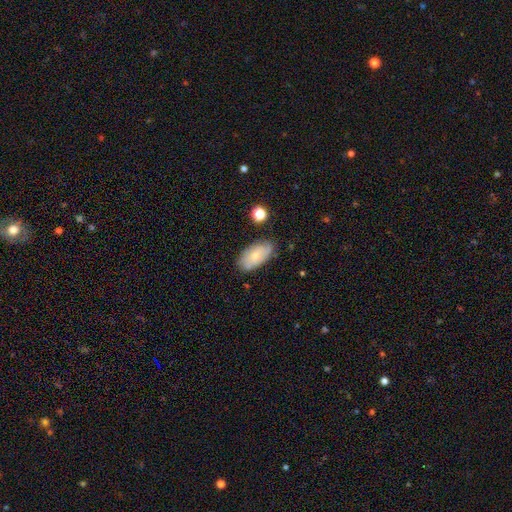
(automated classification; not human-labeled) This is likely a smooth galaxy (62%). How rounded: clearly in between (93%). Merging: likely none (74%).